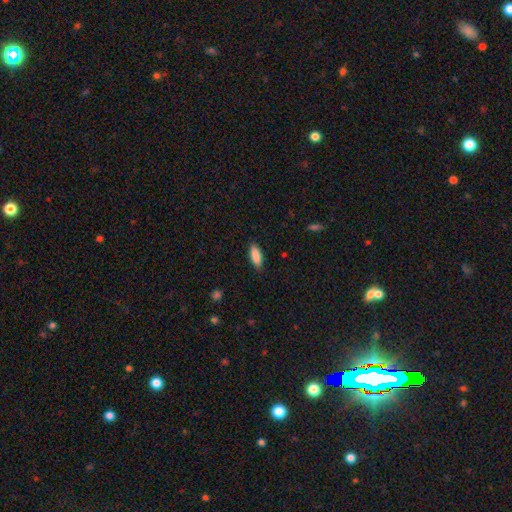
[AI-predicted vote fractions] Smooth or featured?
  - smooth: 89% *
  - star or artifact: 6%
  - featured or disk: 5%
How rounded?
  - in between: 72% *
  - cigar-shaped: 26%
  - round: 2%
Merging?
  - none: 87% *
  - minor disturbance: 10%
  - major disturbance: 2%
  - merger: 1%